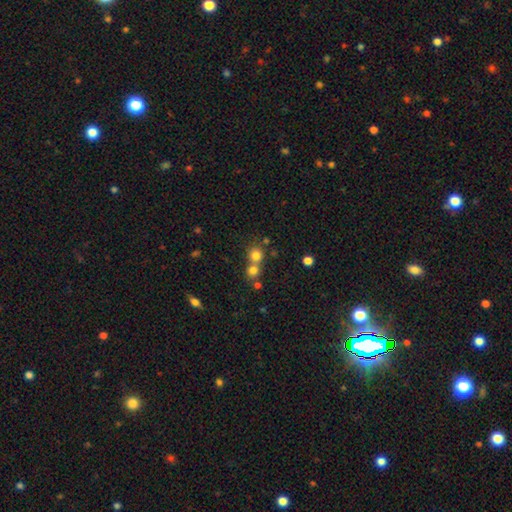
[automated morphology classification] Smooth or featured? Predicted: smooth (p=0.76). How rounded? Predicted: round (p=0.88). Merging? Predicted: none (p=0.49).